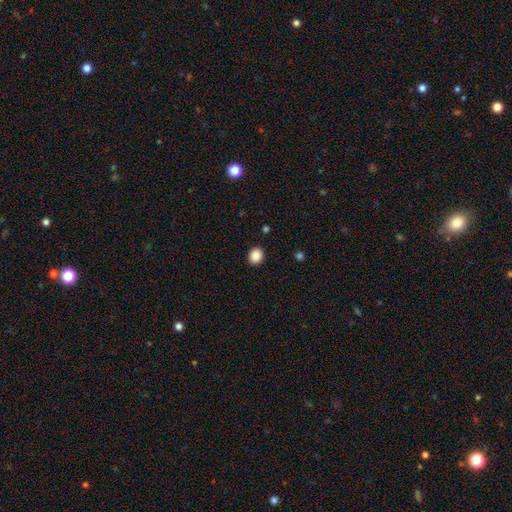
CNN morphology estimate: smooth 87%, star or artifact 9%, featured or disk 3%. Down the decision tree: how rounded — round (78%); merging — none (92%).